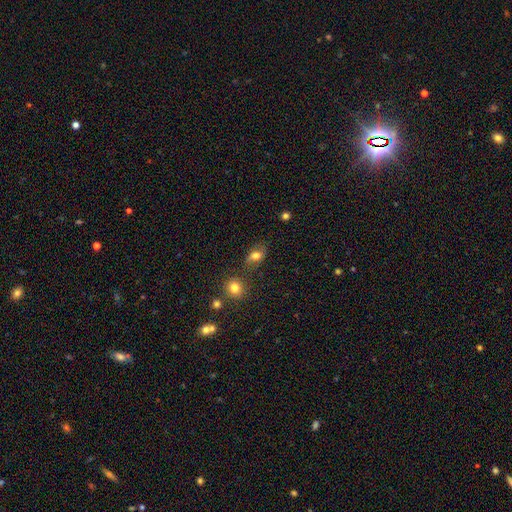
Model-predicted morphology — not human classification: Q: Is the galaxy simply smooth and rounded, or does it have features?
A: smooth — 72%.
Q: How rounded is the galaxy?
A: in between — 76%.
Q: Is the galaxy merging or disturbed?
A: none — 68%.